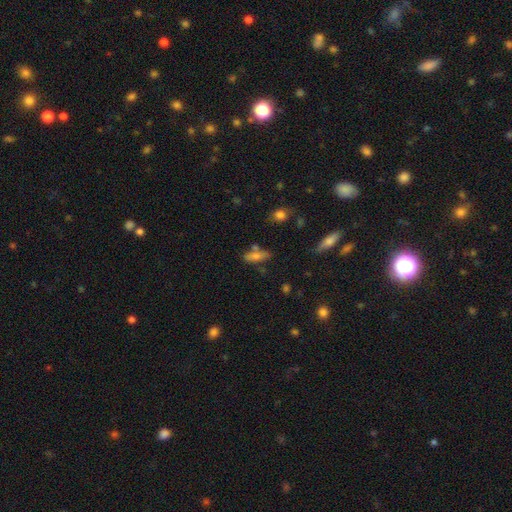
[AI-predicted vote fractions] A smooth galaxy with no disk features (63%) that is in between round and cigar-shaped (59%).

Vote fractions:
- Smooth or featured? smooth: 63% / featured or disk: 28% / star or artifact: 10%
- How rounded? in between: 59% / cigar-shaped: 36% / round: 4%
- Merging? none: 64% / minor disturbance: 17% / merger: 13% / major disturbance: 5%